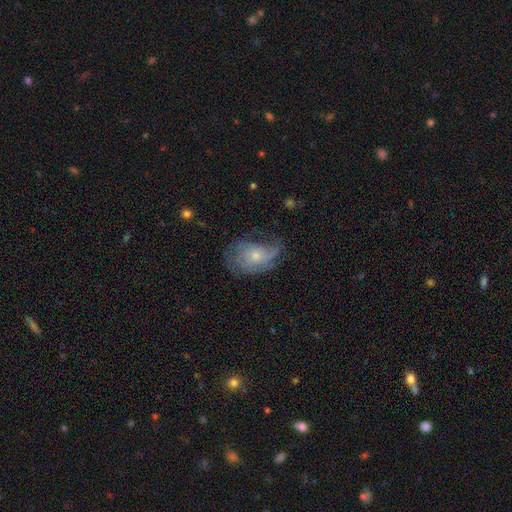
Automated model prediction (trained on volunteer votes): A featured or disk galaxy (57%) with no bar (80%), spiral arms (78%) and a small central bulge (54%). Merging: none (47%).